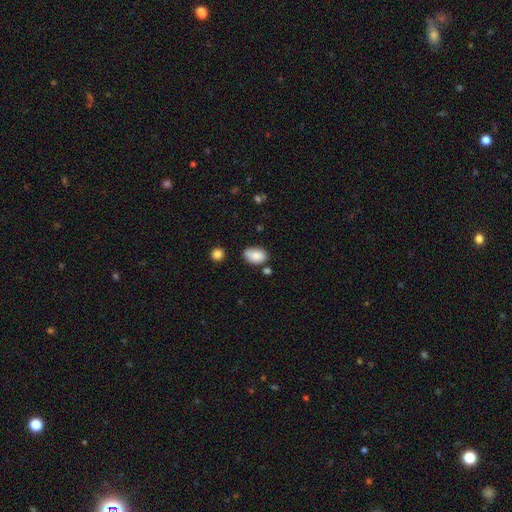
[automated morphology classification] Q: Smooth or featured?
A: smooth (83%); runner-up: featured or disk (9%)
Q: How rounded?
A: in between (85%); runner-up: round (14%)
Q: Merging?
A: none (58%); runner-up: minor disturbance (26%)